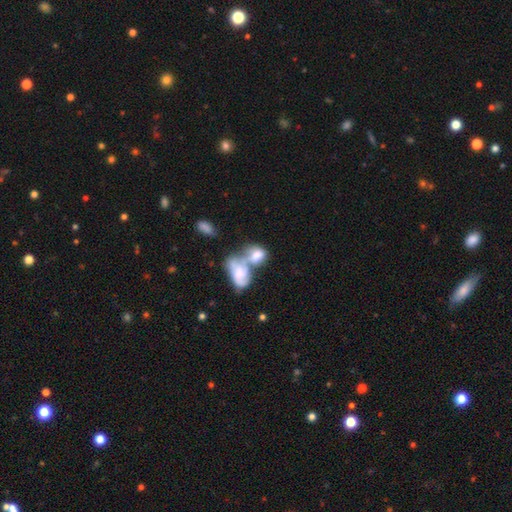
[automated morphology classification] This appears to be a smooth galaxy with no disk features (58%) that is in between round and cigar-shaped (80%). Merging: merger (73%).